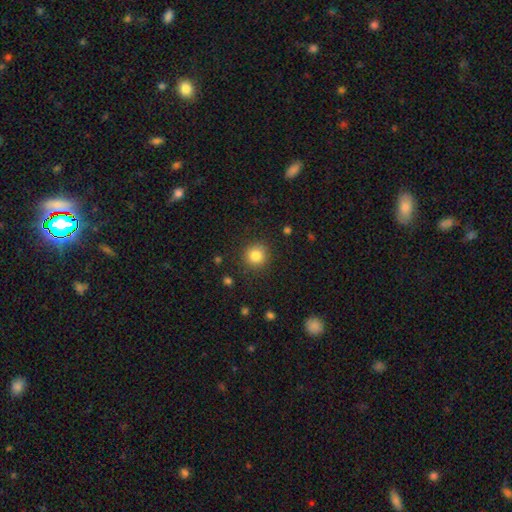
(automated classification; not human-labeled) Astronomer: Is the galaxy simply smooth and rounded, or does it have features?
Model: smooth — 83%.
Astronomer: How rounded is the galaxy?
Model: round — 93%.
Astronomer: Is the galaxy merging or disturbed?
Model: none — 89%.